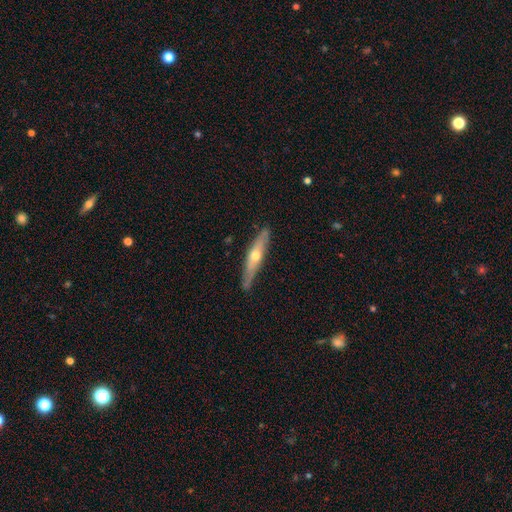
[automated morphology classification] smooth-or-featured: featured or disk: 61% | smooth: 33% | star or artifact: 6%
  disk-edge-on: yes: 87% | no: 13%
    edge-on-bulge: rounded: 88% | none: 9% | boxy: 3%
  merging: none: 82% | minor disturbance: 14% | major disturbance: 2% | merger: 1%